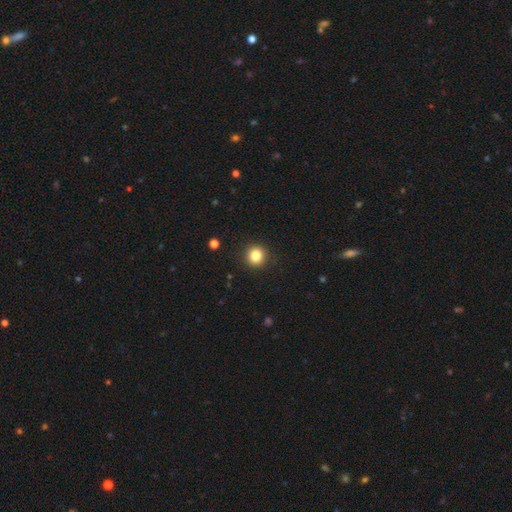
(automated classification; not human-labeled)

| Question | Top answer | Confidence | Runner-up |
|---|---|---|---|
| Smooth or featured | smooth | 83% | star or artifact (11%) |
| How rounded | round | 92% | in between (7%) |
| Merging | none | 92% | minor disturbance (5%) |